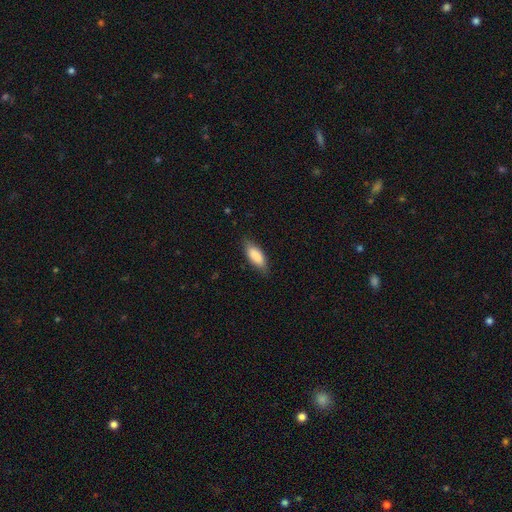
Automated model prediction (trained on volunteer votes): smooth-or-featured: smooth: 85% | featured or disk: 9% | star or artifact: 6%
  how-rounded: in between: 78% | cigar-shaped: 20% | round: 2%
  merging: none: 76% | minor disturbance: 19% | major disturbance: 4% | merger: 1%